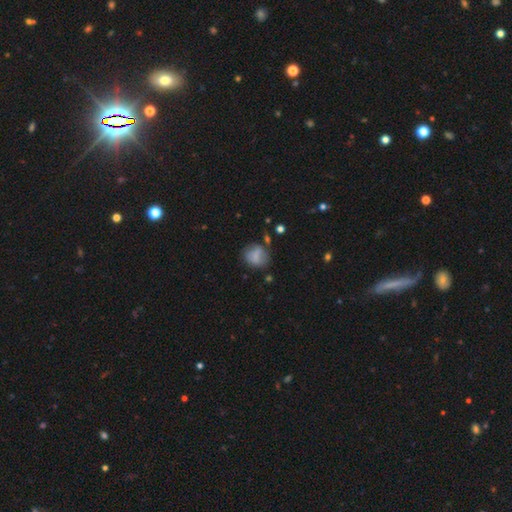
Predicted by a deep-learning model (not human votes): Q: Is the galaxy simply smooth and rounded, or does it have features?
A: smooth — 74%.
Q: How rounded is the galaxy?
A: round — 63%.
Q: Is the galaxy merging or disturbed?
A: none — 61%.